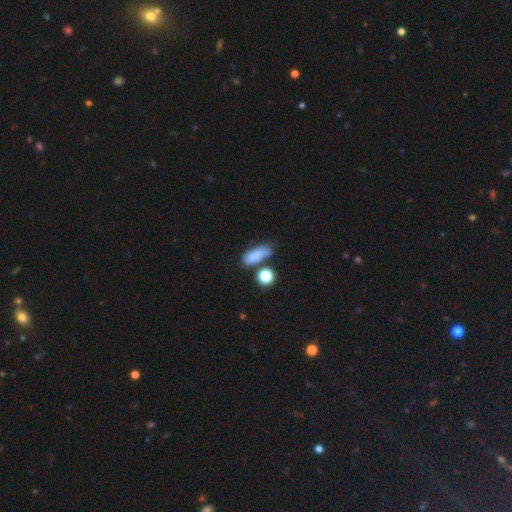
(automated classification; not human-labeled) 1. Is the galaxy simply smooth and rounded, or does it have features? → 80% smooth, 10% star or artifact, 10% featured or disk.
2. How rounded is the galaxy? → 66% in between, 24% cigar-shaped, 10% round.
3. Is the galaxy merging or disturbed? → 57% none, 21% minor disturbance, 15% merger, 8% major disturbance.